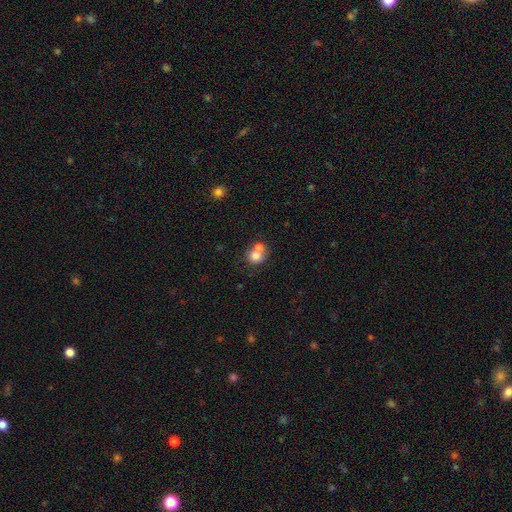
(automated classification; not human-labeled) This is likely a smooth galaxy (75%). How rounded: likely round (74%). Merging: possibly merger (54%).